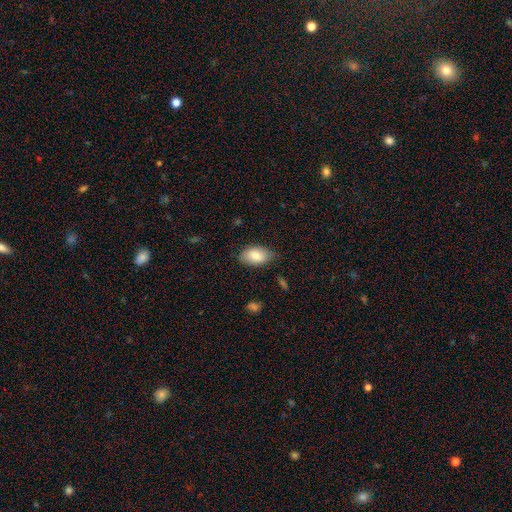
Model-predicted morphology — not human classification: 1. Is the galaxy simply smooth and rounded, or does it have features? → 82% smooth, 11% featured or disk, 7% star or artifact.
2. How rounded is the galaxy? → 93% in between, 6% round, 2% cigar-shaped.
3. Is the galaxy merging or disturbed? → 76% none, 19% minor disturbance, 3% major disturbance, 1% merger.